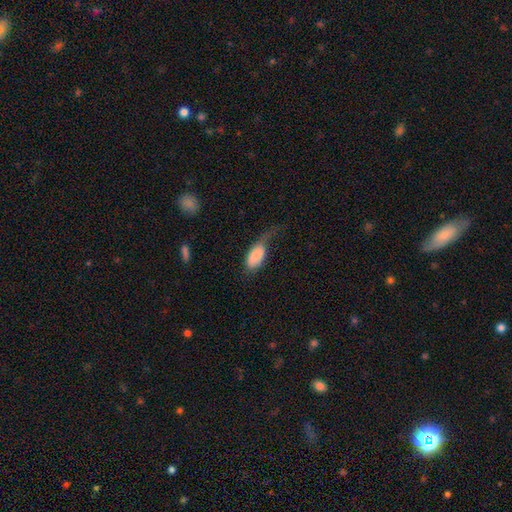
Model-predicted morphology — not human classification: Smooth or featured?
  - smooth: 79% *
  - featured or disk: 14%
  - star or artifact: 7%
How rounded?
  - in between: 93% *
  - cigar-shaped: 4%
  - round: 3%
Merging?
  - major disturbance: 46% *
  - minor disturbance: 29%
  - none: 21%
  - merger: 4%